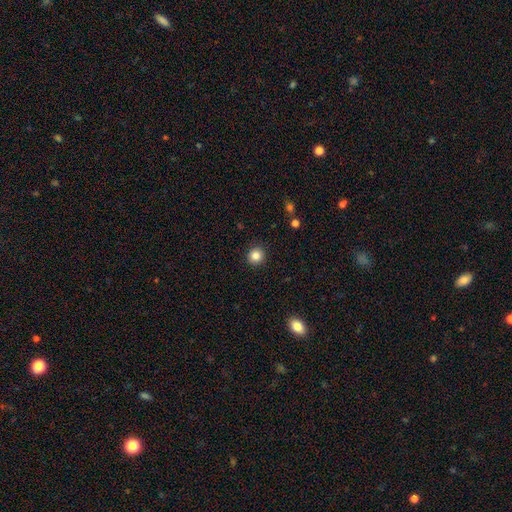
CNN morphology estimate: A smooth galaxy with no disk features (84%) that is round (94%).

Vote fractions:
- Smooth or featured? smooth: 84% / star or artifact: 11% / featured or disk: 5%
- How rounded? round: 94% / in between: 6% / cigar-shaped: 1%
- Merging? none: 92% / minor disturbance: 5% / major disturbance: 2% / merger: 1%